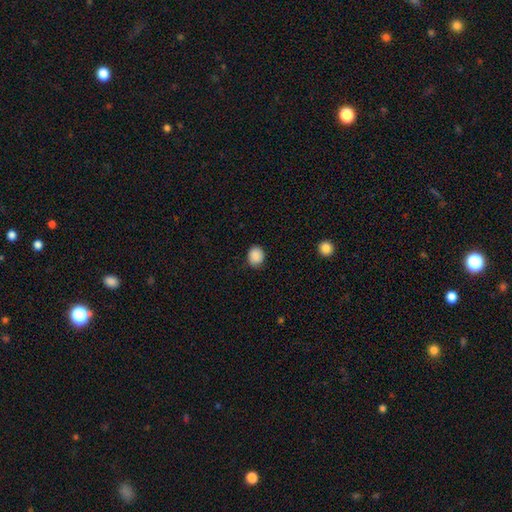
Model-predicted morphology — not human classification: A smooth galaxy with no disk features (89%) that is round (64%).

Vote fractions:
- Smooth or featured? smooth: 89% / star or artifact: 8% / featured or disk: 3%
- How rounded? round: 64% / in between: 35% / cigar-shaped: 1%
- Merging? none: 85% / minor disturbance: 11% / major disturbance: 3% / merger: 1%